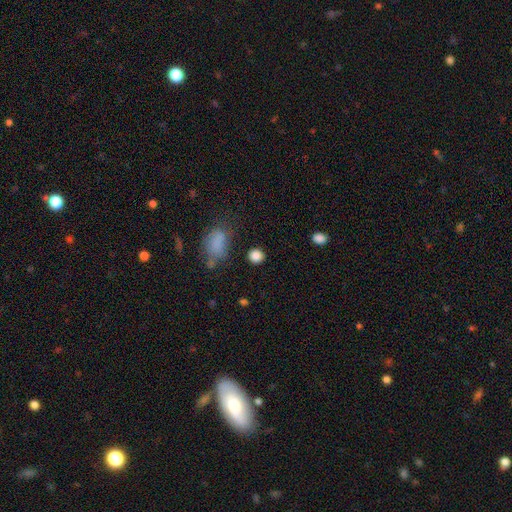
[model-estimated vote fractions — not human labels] smooth-or-featured: smooth: 85% | star or artifact: 10% | featured or disk: 4%
  how-rounded: round: 85% | in between: 13% | cigar-shaped: 1%
  merging: none: 85% | minor disturbance: 9% | major disturbance: 4% | merger: 3%